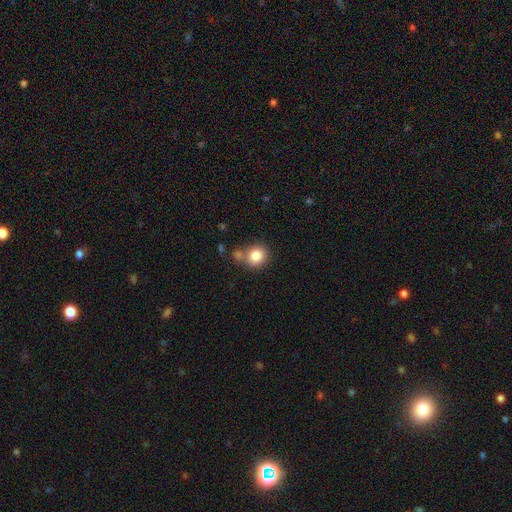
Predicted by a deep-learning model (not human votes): A smooth galaxy with no disk features (84%) that is round (81%).

Vote fractions:
- Smooth or featured? smooth: 84% / star or artifact: 9% / featured or disk: 7%
- How rounded? round: 81% / in between: 18% / cigar-shaped: 1%
- Merging? none: 61% / merger: 22% / minor disturbance: 12% / major disturbance: 5%